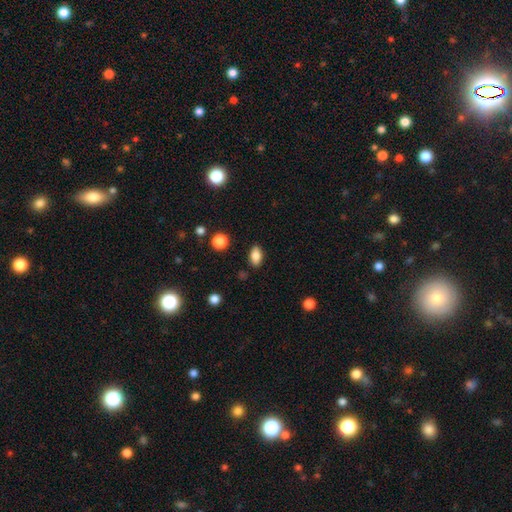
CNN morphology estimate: Overall: smooth (84%). How rounded: in between (89%). Merging: none (87%).